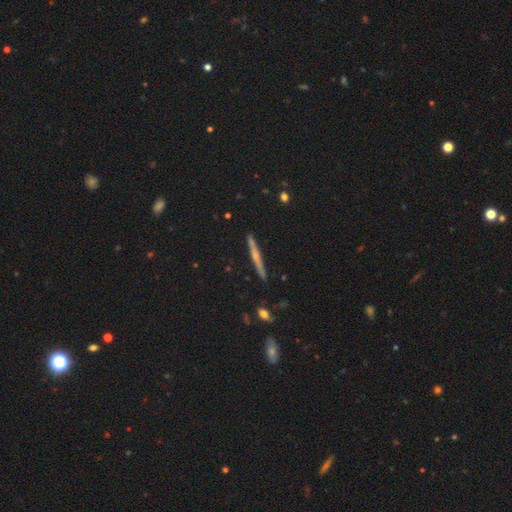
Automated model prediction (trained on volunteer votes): featured or disk 63%, smooth 29%, star or artifact 7%. Down the decision tree: edge-on disk — yes (98%); edge-on bulge — rounded (61%); merging — none (90%).